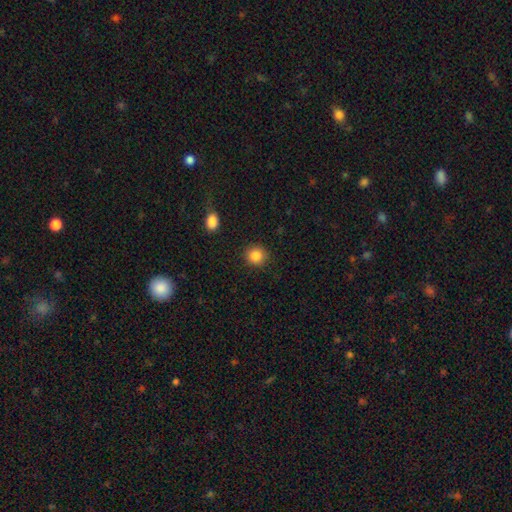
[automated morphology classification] smooth 86%, star or artifact 10%, featured or disk 4%. Down the decision tree: how rounded — round (88%); merging — none (90%).